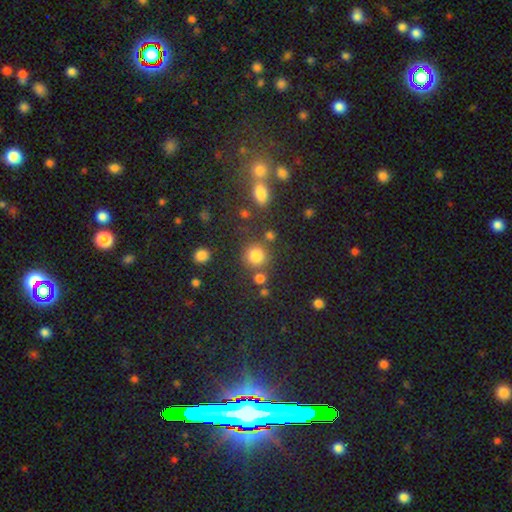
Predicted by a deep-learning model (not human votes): Smooth or featured: smooth — 78% (star or artifact — 16%)
How rounded: round — 90% (in between — 9%)
Merging: none — 75% (merger — 11%)